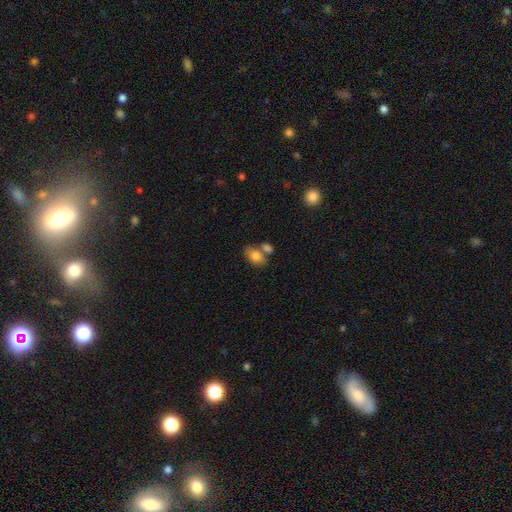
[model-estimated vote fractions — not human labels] Q: Smooth or featured?
A: smooth (83%); runner-up: featured or disk (9%)
Q: How rounded?
A: in between (85%); runner-up: round (14%)
Q: Merging?
A: none (45%); runner-up: merger (37%)